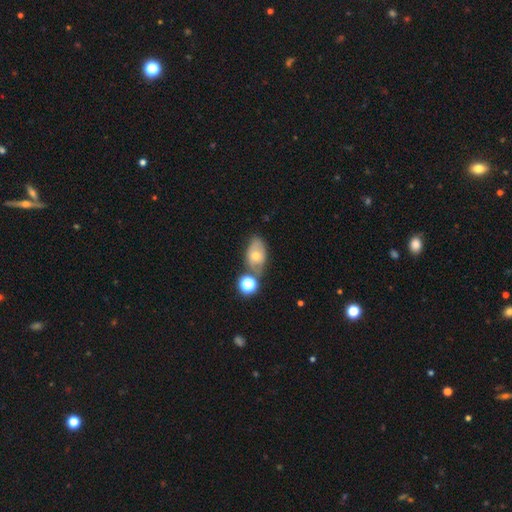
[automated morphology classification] Smooth or featured? smooth (55%)
How rounded? in between (80%)
Merging? none (52%)